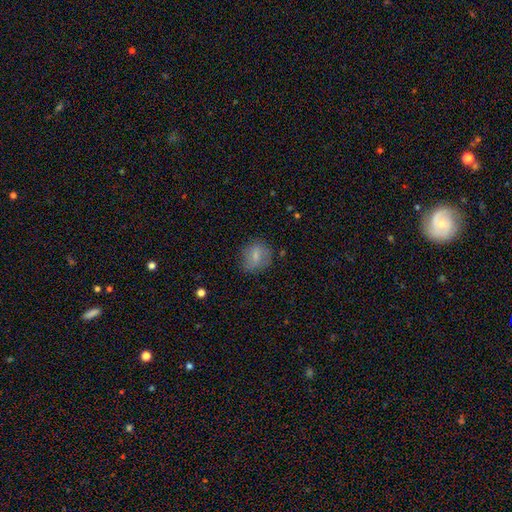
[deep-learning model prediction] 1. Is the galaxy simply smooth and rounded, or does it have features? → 71% smooth, 19% featured or disk, 10% star or artifact.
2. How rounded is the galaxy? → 60% round, 38% in between, 2% cigar-shaped.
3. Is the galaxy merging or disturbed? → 69% none, 20% minor disturbance, 8% major disturbance, 2% merger.